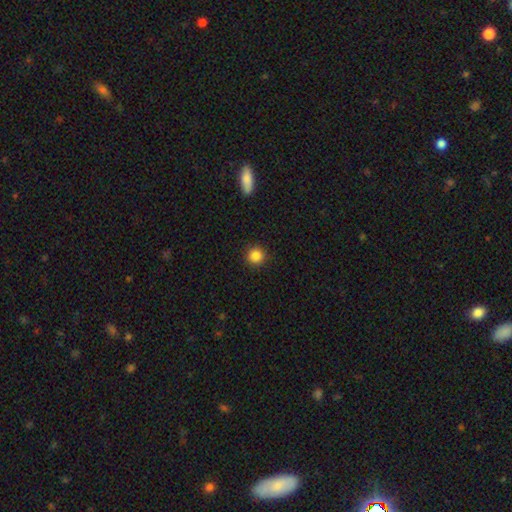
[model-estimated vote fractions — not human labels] This is clearly a smooth galaxy (86%). How rounded: clearly round (94%). Merging: clearly none (91%).